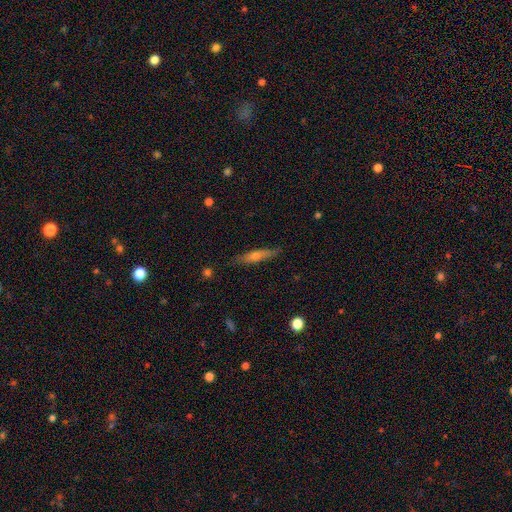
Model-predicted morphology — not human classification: This is possibly a featured or disk galaxy (49%). Merging: clearly none (85%).